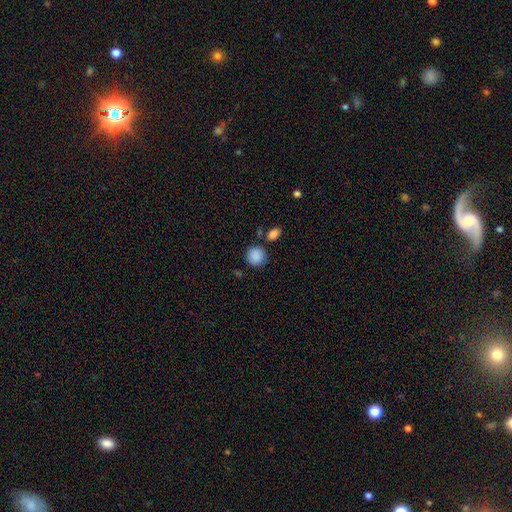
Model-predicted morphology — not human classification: A smooth galaxy with no disk features (89%) that is round (89%). Merging: none (79%).